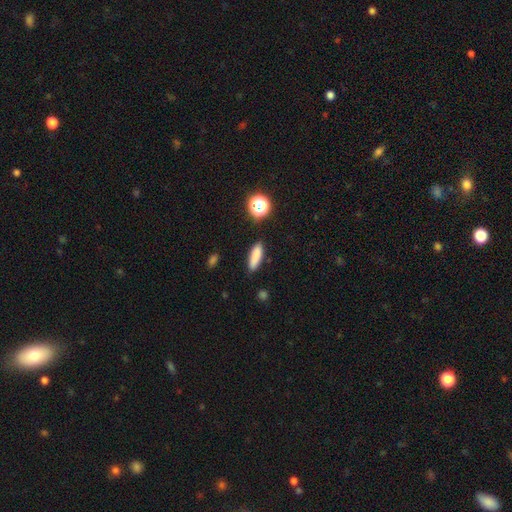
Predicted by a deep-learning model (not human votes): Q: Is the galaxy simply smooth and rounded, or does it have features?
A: smooth — 83%.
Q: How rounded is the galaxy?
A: cigar-shaped — 51%.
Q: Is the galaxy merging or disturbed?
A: none — 85%.